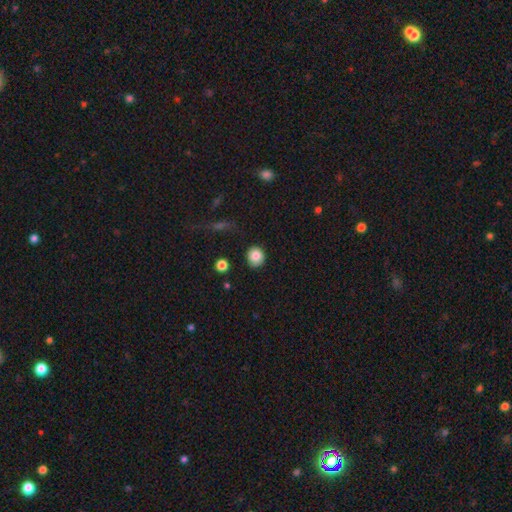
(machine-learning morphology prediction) Q: Smooth or featured?
A: smooth (85%); runner-up: star or artifact (9%)
Q: How rounded?
A: round (87%); runner-up: in between (12%)
Q: Merging?
A: none (87%); runner-up: minor disturbance (9%)